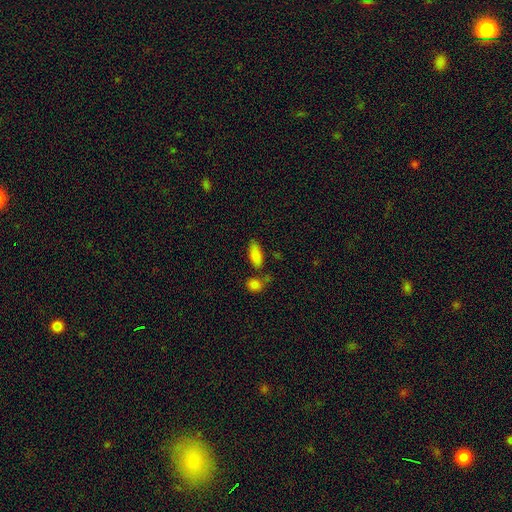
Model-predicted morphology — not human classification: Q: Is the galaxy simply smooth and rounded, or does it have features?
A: smooth — 86%.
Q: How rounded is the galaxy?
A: in between — 84%.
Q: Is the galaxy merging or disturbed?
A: none — 62%.